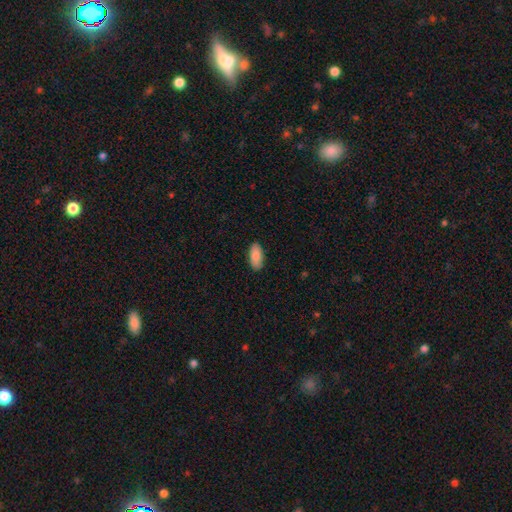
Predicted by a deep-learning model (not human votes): Q: Smooth or featured?
A: smooth (87%); runner-up: featured or disk (7%)
Q: How rounded?
A: in between (92%); runner-up: cigar-shaped (6%)
Q: Merging?
A: none (89%); runner-up: minor disturbance (8%)